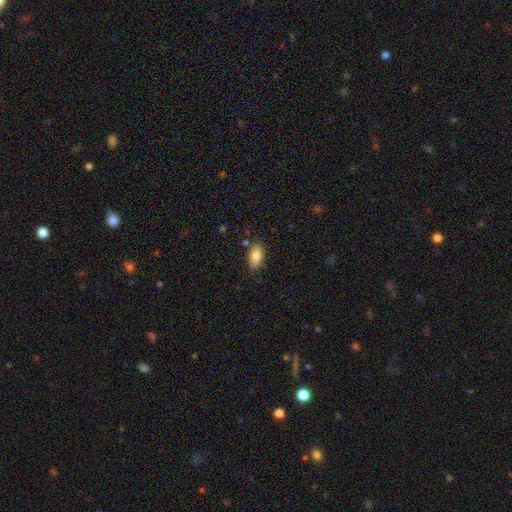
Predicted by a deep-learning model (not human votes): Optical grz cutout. It shows a smooth galaxy with no disk features (84%) that is in between round and cigar-shaped (92%). Merging: none (82%).